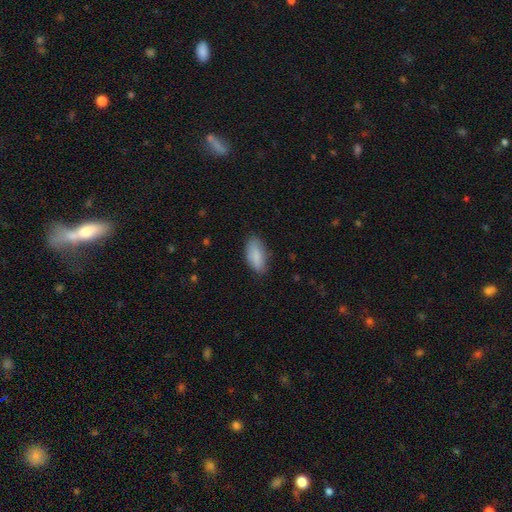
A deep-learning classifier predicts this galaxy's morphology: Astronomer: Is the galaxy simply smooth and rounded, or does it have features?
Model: smooth — 83%.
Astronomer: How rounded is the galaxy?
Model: in between — 88%.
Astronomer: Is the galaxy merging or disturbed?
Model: none — 76%.